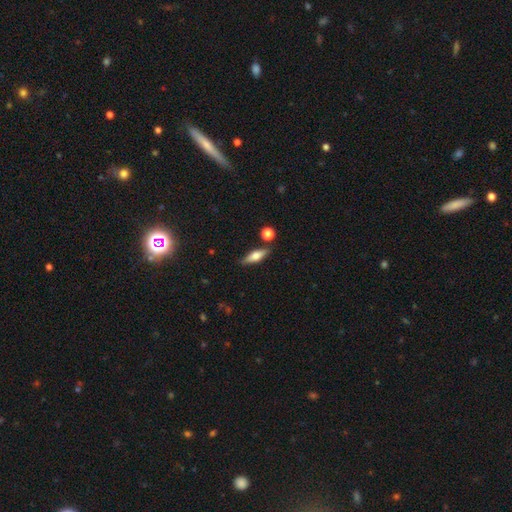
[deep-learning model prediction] smooth 53%, featured or disk 39%, star or artifact 7%. Down the decision tree: how rounded — cigar-shaped (52%); merging — none (81%).